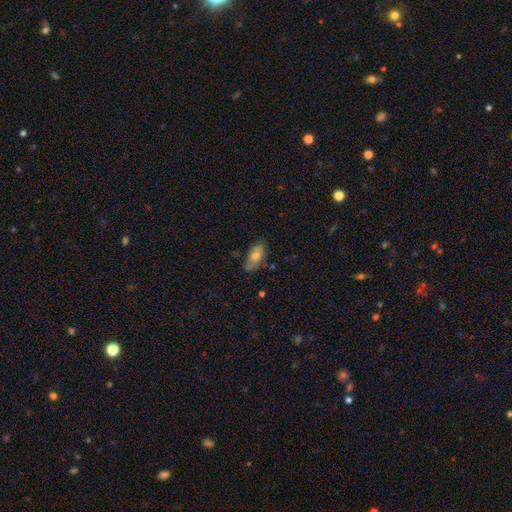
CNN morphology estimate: The model was most divided on "smooth or featured": smooth: 64%, featured or disk: 28%, star or artifact: 8%. More confident: how rounded — in between (85%); merging — none (69%).